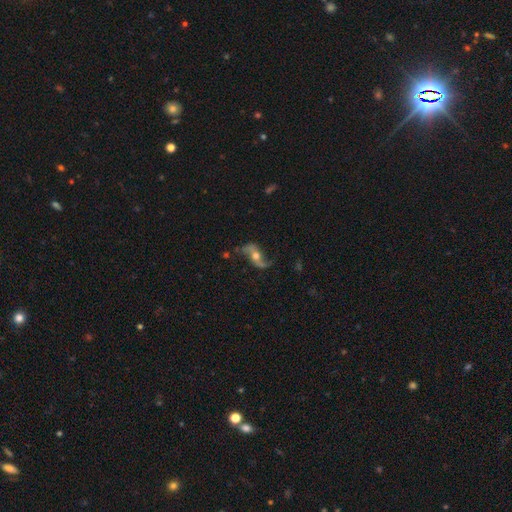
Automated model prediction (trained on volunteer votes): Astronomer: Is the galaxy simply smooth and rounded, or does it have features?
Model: featured or disk — 82%.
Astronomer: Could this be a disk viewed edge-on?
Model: no — 92%.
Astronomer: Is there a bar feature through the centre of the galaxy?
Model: no — 58%.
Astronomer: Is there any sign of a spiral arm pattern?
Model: yes — 93%.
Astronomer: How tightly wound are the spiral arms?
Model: loose — 87%.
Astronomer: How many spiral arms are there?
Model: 2 — 93%.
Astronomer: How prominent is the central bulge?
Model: moderate — 70%.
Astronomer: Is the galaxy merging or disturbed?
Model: none — 72%.